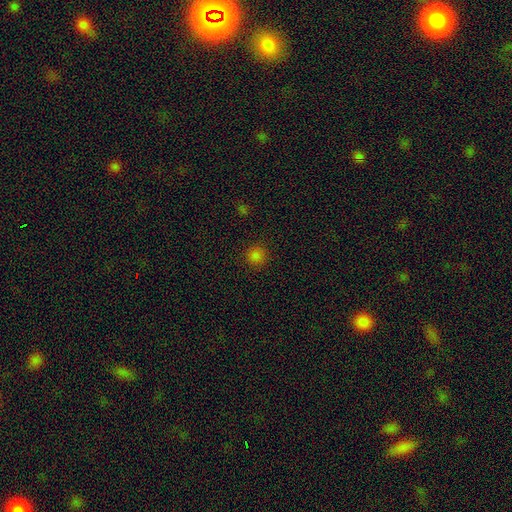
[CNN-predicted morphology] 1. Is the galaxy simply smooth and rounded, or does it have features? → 82% smooth, 15% star or artifact, 3% featured or disk.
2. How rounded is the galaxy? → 94% round, 6% in between, 1% cigar-shaped.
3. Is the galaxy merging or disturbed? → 91% none, 6% minor disturbance, 2% major disturbance, 1% merger.